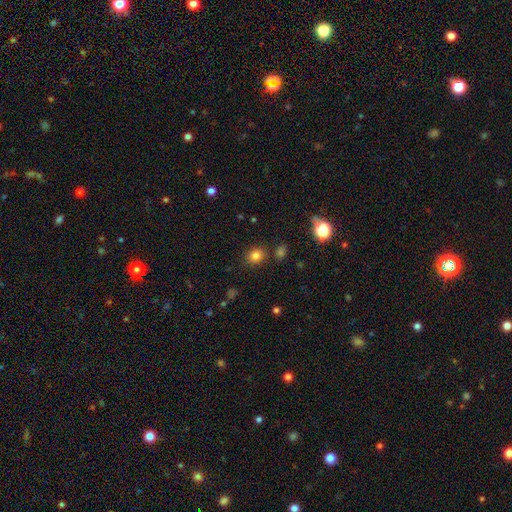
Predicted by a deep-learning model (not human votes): smooth 79%, star or artifact 15%, featured or disk 6%. Down the decision tree: how rounded — round (70%); merging — none (82%).